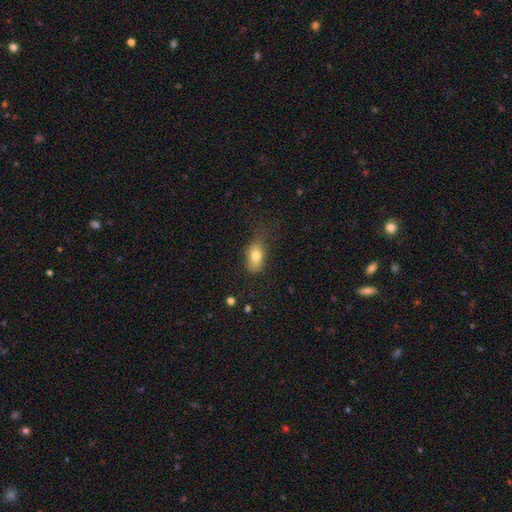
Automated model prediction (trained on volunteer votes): smooth_or_featured: smooth (p=0.77) [alt: featured or disk p=0.13]
how_rounded: in between (p=0.85) [alt: round p=0.12]
merging: none (p=0.56) [alt: minor disturbance p=0.30]